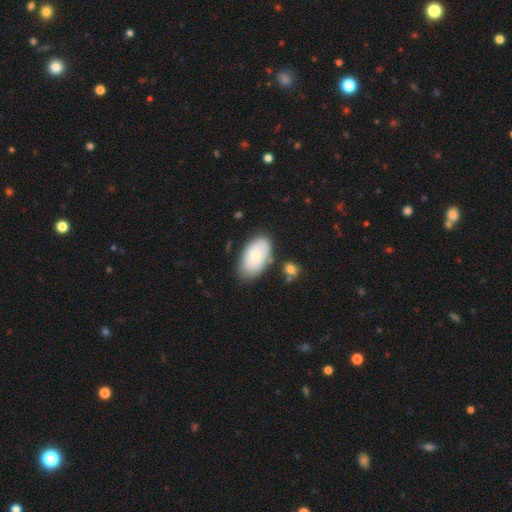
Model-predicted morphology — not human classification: A smooth galaxy with no disk features (74%) that is in between round and cigar-shaped (95%).

Vote fractions:
- Smooth or featured? smooth: 74% / featured or disk: 20% / star or artifact: 6%
- How rounded? in between: 95% / round: 3% / cigar-shaped: 1%
- Merging? none: 74% / minor disturbance: 17% / merger: 5% / major disturbance: 4%